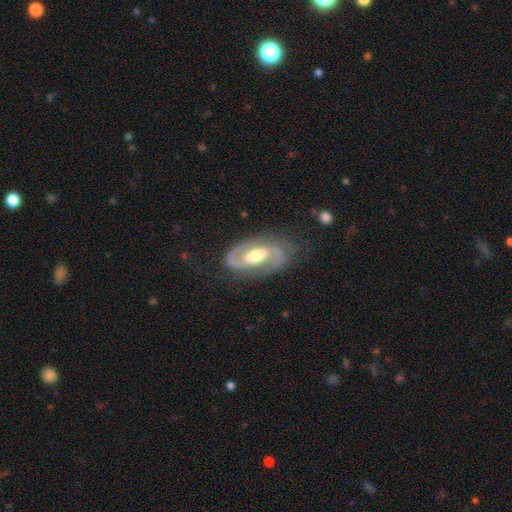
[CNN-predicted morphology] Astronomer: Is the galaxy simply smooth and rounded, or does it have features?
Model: featured or disk — 86%.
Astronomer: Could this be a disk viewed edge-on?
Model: no — 96%.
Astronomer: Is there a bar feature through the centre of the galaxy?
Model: weak — 44% (runner-up: no, 32%).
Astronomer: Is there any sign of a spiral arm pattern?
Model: yes — 94%.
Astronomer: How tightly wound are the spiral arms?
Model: medium — 50% (runner-up: tight, 32%).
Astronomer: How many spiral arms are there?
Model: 2 — 88%.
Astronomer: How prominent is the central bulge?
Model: moderate — 66%.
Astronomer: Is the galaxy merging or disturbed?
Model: none — 72%.